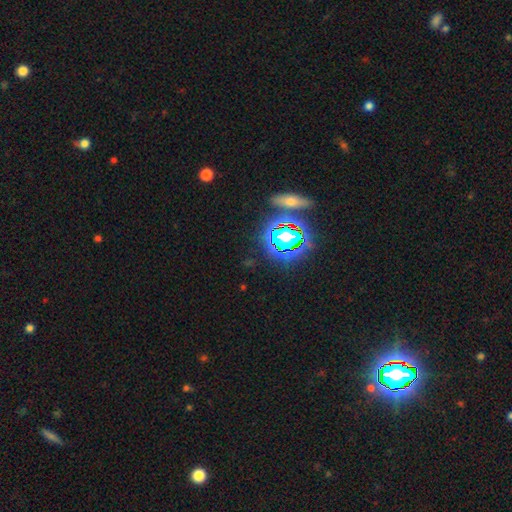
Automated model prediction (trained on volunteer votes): star or artifact 78%, smooth 13%, featured or disk 9%.